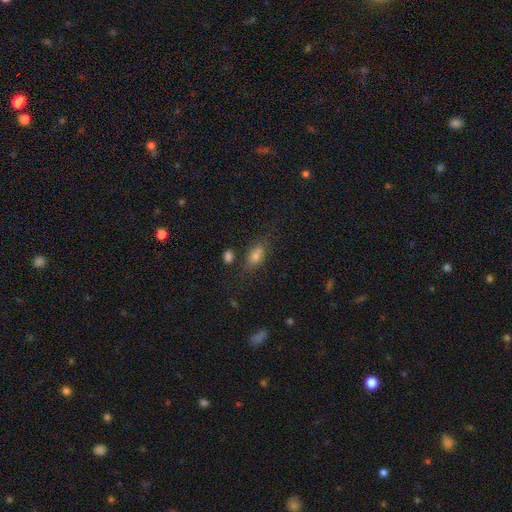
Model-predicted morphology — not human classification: Overall: smooth (69%). How rounded: in between (75%). Merging: none (66%).